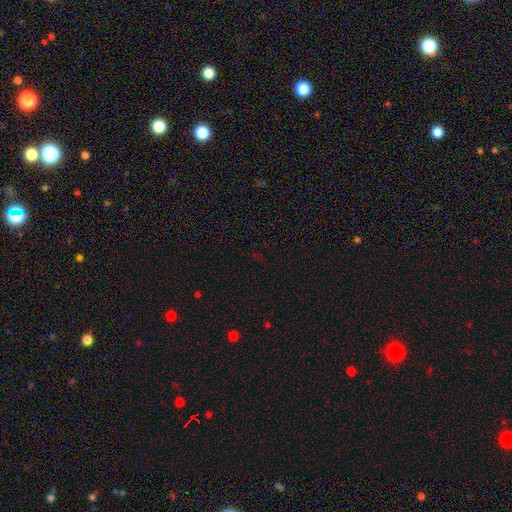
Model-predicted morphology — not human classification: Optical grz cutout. It shows a star or artifact, not a galaxy (71%).